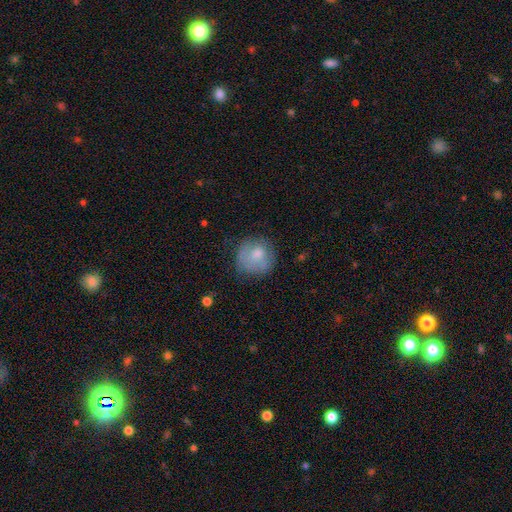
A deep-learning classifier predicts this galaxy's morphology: Smooth or featured? Predicted: smooth (p=0.70). How rounded? Predicted: round (p=0.88). Merging? Predicted: none (p=0.66).